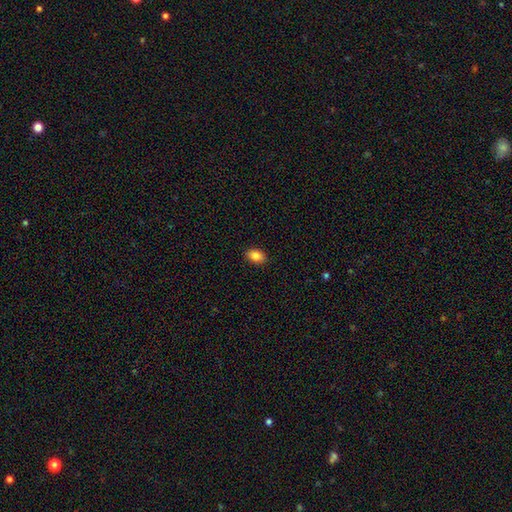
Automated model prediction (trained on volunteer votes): Morphology: type=smooth (87%); roundness=in between (85%); merging=none (89%).